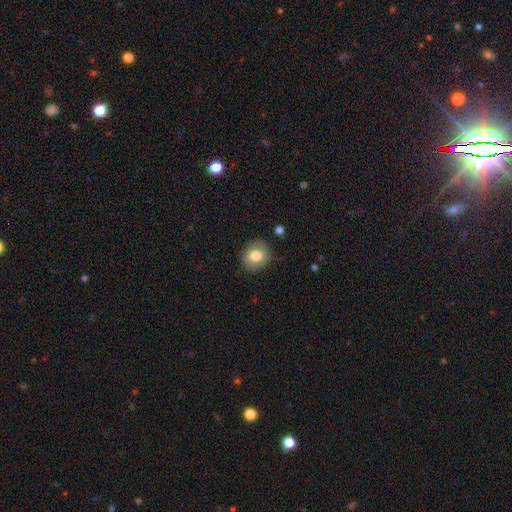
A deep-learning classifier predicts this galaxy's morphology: Smooth or featured?
  - smooth: 69% *
  - featured or disk: 23%
  - star or artifact: 8%
How rounded?
  - round: 73% *
  - in between: 26%
  - cigar-shaped: 1%
Merging?
  - none: 85% *
  - minor disturbance: 11%
  - major disturbance: 3%
  - merger: 1%